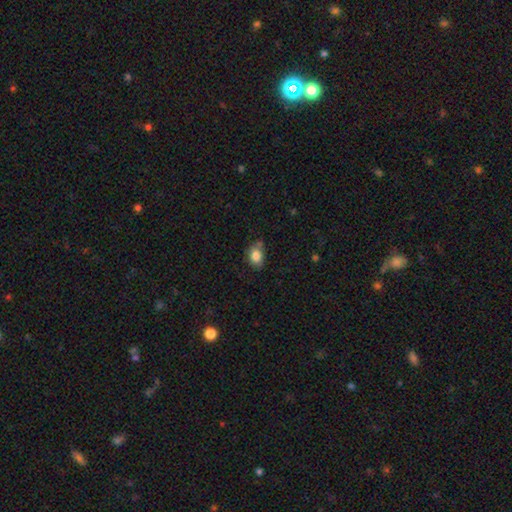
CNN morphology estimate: This is clearly a smooth galaxy (82%). How rounded: likely in between (70%). Merging: possibly none (57%).